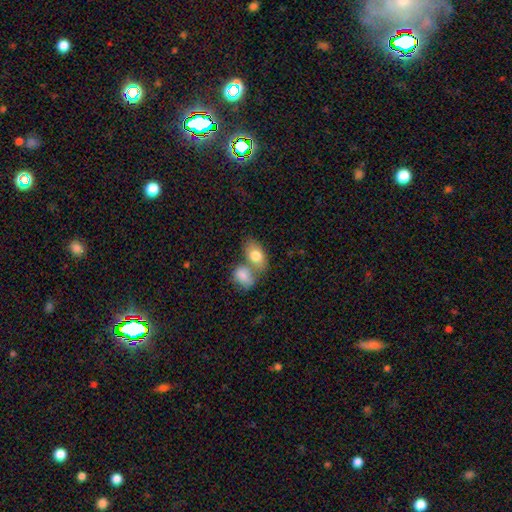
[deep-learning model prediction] Smooth or featured? Predicted: smooth (p=0.79). How rounded? Predicted: in between (p=0.85). Merging? Predicted: merger (p=0.54).